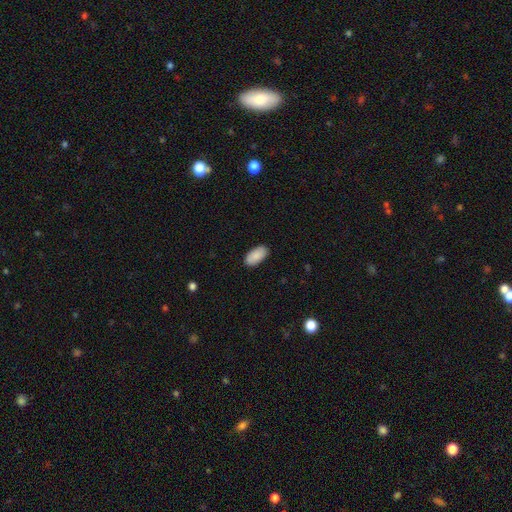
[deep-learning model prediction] smooth_or_featured: smooth (p=0.87) [alt: featured or disk p=0.07]
how_rounded: in between (p=0.95) [alt: round p=0.02]
merging: none (p=0.87) [alt: minor disturbance p=0.10]